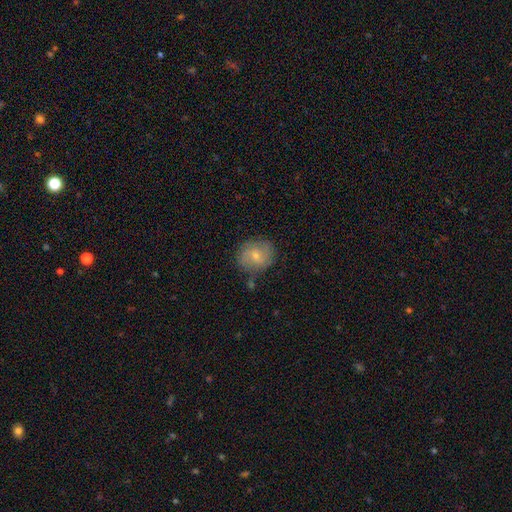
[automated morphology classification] Smooth or featured?
  - smooth: 61% *
  - featured or disk: 31%
  - star or artifact: 8%
How rounded?
  - round: 78% *
  - in between: 20%
  - cigar-shaped: 1%
Merging?
  - none: 74% *
  - minor disturbance: 17%
  - major disturbance: 5%
  - merger: 4%